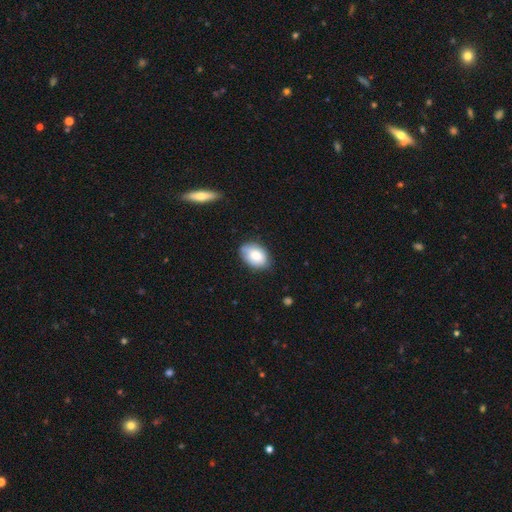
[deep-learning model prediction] The model was most divided on "merging": none: 69%, minor disturbance: 25%, major disturbance: 4%, merger: 2%. More confident: how rounded — in between (87%); smooth or featured — smooth (80%).